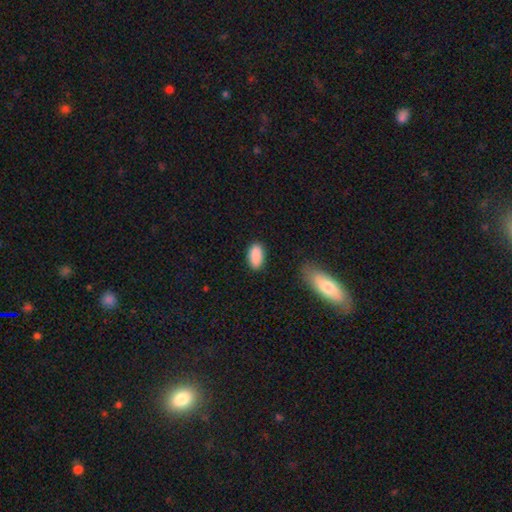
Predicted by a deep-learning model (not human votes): A smooth galaxy with no disk features (90%) that is in between round and cigar-shaped (93%).

Vote fractions:
- Smooth or featured? smooth: 90% / star or artifact: 7% / featured or disk: 3%
- How rounded? in between: 93% / round: 3% / cigar-shaped: 3%
- Merging? none: 84% / minor disturbance: 12% / major disturbance: 3% / merger: 2%